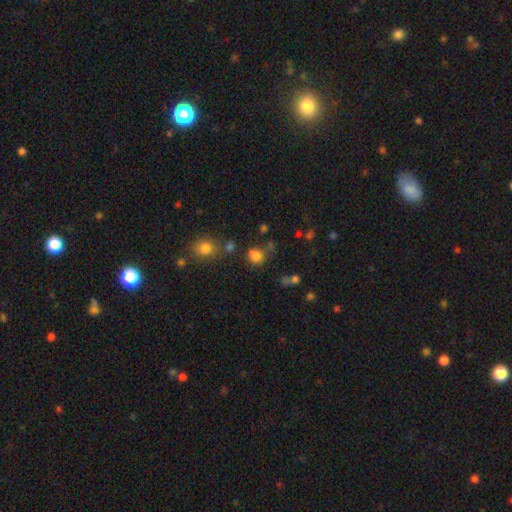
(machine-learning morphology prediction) Q: Smooth or featured?
A: smooth (76%); runner-up: star or artifact (17%)
Q: How rounded?
A: round (62%); runner-up: in between (37%)
Q: Merging?
A: none (55%); runner-up: minor disturbance (18%)